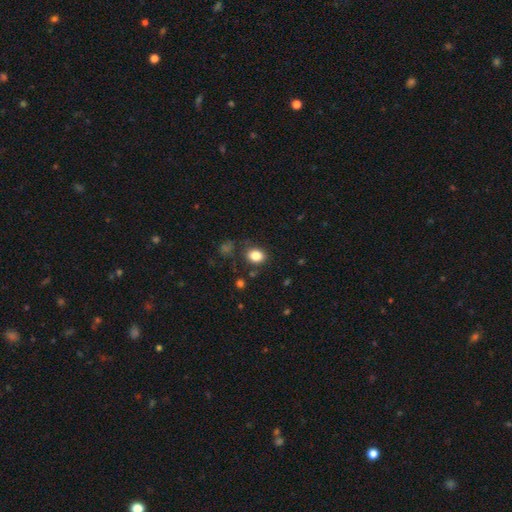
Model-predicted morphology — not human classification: Overall: smooth (84%). How rounded: in between (56%; round 43%). Merging: none (81%).